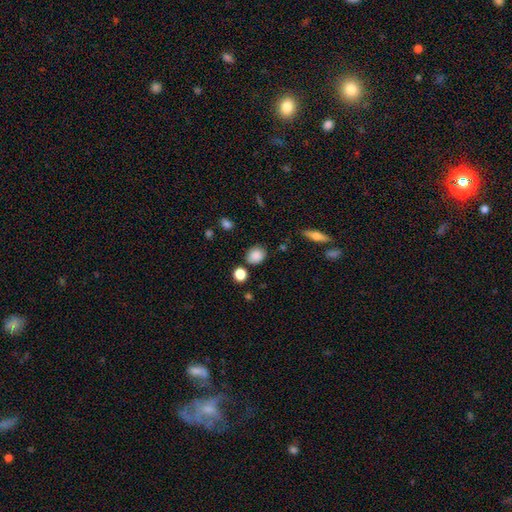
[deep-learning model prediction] smooth-or-featured: smooth: 86% | star or artifact: 10% | featured or disk: 5%
  how-rounded: round: 68% | in between: 30% | cigar-shaped: 1%
  merging: none: 80% | minor disturbance: 12% | merger: 5% | major disturbance: 3%